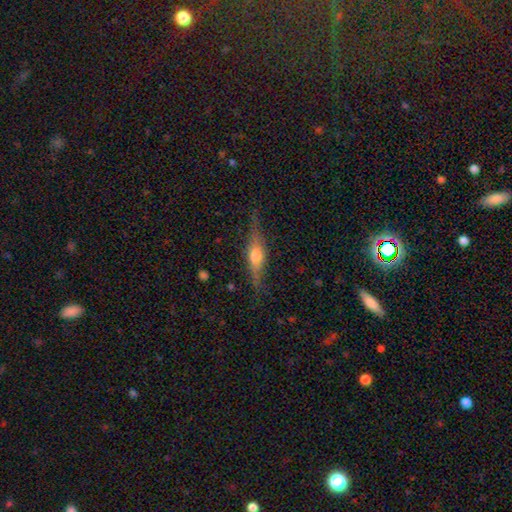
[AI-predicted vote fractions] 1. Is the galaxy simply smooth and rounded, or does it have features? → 65% featured or disk, 27% smooth, 7% star or artifact.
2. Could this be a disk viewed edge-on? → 94% yes, 6% no.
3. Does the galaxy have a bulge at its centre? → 90% rounded, 7% boxy, 3% none.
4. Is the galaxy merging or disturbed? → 78% none, 16% minor disturbance, 4% major disturbance, 1% merger.